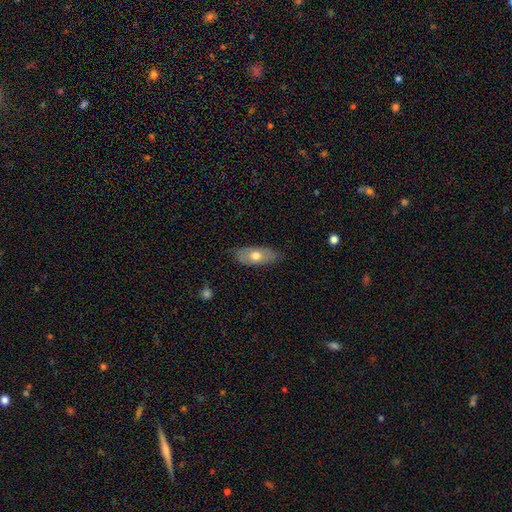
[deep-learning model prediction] Smooth or featured: smooth — 63% (featured or disk — 31%)
How rounded: in between — 85% (cigar-shaped — 11%)
Merging: none — 77% (minor disturbance — 18%)